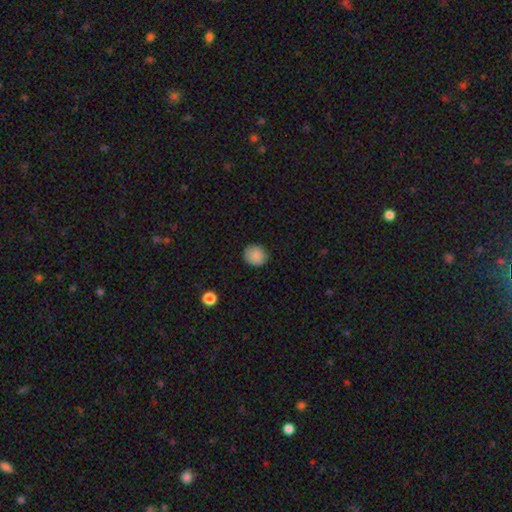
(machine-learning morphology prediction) Smooth or featured?
  - smooth: 87% *
  - star or artifact: 9%
  - featured or disk: 4%
How rounded?
  - round: 82% *
  - in between: 17%
  - cigar-shaped: 1%
Merging?
  - none: 85% *
  - minor disturbance: 11%
  - major disturbance: 2%
  - merger: 1%